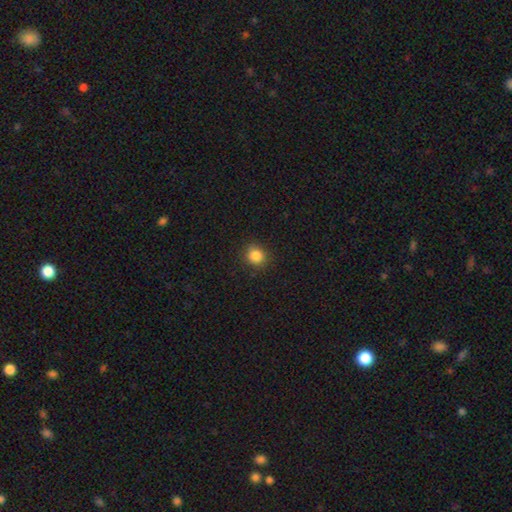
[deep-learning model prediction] Smooth or featured? smooth (85%)
How rounded? round (86%)
Merging? none (89%)